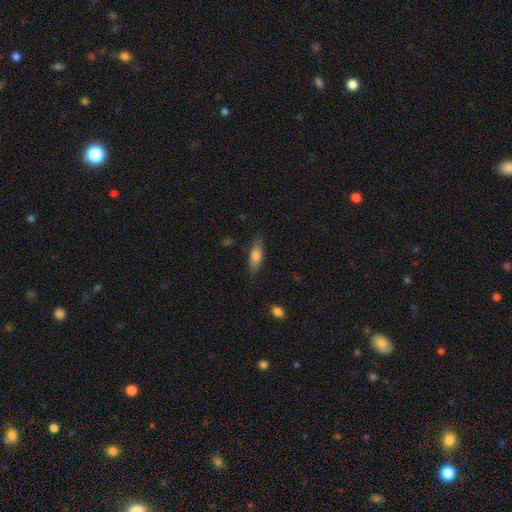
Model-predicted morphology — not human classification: Smooth or featured? smooth (72%)
How rounded? in between (62%)
Merging? none (77%)